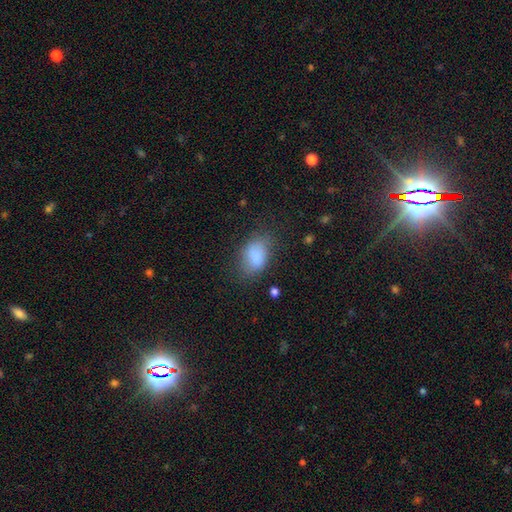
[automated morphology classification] Smooth or featured?
  - smooth: 81% *
  - featured or disk: 10%
  - star or artifact: 9%
How rounded?
  - in between: 85% *
  - round: 14%
  - cigar-shaped: 2%
Merging?
  - none: 57% *
  - minor disturbance: 27%
  - major disturbance: 14%
  - merger: 2%